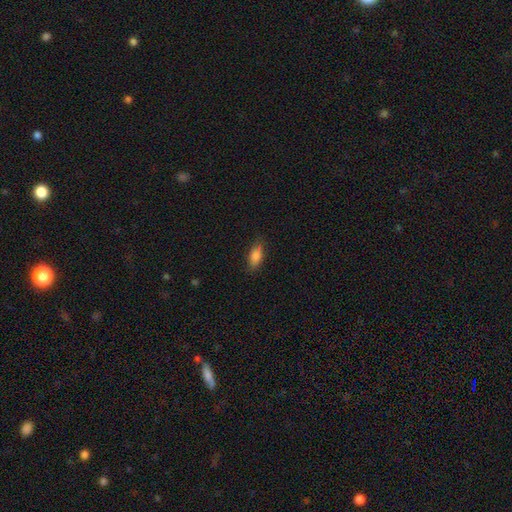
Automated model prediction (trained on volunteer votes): Overall: smooth (84%). How rounded: in between (81%). Merging: none (80%).